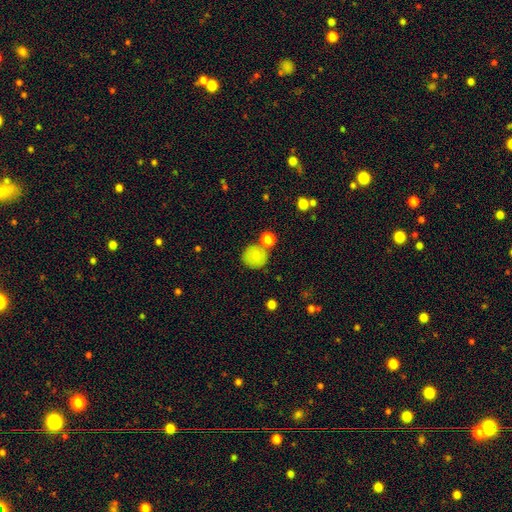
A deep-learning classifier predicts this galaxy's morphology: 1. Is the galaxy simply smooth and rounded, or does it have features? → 80% smooth, 10% featured or disk, 9% star or artifact.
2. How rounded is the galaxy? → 89% round, 10% in between, 1% cigar-shaped.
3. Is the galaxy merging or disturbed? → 68% none, 17% merger, 12% minor disturbance, 4% major disturbance.